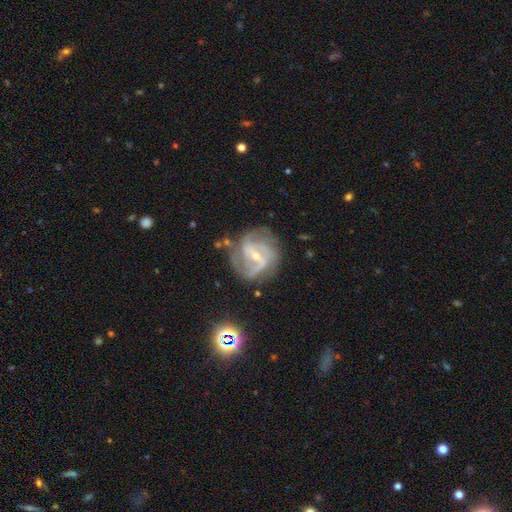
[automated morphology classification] Smooth or featured?
  - featured or disk: 86% *
  - smooth: 7%
  - star or artifact: 7%
Edge-on disk?
  - no: 97% *
  - yes: 3%
Bar?
  - weak: 46% *
  - strong: 35%
  - no: 19%
Spiral arms?
  - yes: 95% *
  - no: 5%
Spiral winding?
  - medium: 50% *
  - tight: 32%
  - loose: 18%
Spiral arm count?
  - 2: 48% *
  - 3: 23%
  - can't tell: 16%
  - 4: 5%
  - 1: 4%
  - more than 4: 3%
Bulge size?
  - small: 65% *
  - moderate: 31%
  - none: 2%
  - large: 1%
  - dominant: 1%
Merging?
  - none: 65% *
  - minor disturbance: 20%
  - major disturbance: 11%
  - merger: 3%